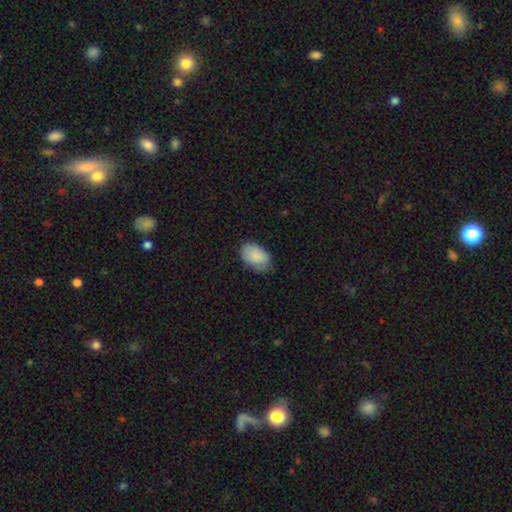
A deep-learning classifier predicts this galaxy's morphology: Smooth or featured?
  - smooth: 85% *
  - featured or disk: 8%
  - star or artifact: 6%
How rounded?
  - in between: 90% *
  - round: 8%
  - cigar-shaped: 1%
Merging?
  - none: 67% *
  - minor disturbance: 27%
  - major disturbance: 6%
  - merger: 1%